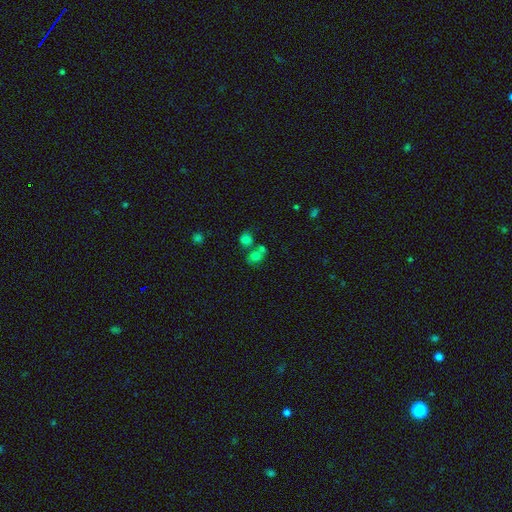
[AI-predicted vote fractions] smooth 69%, star or artifact 19%, featured or disk 13%. Down the decision tree: how rounded — round (67%); merging — none (47%).